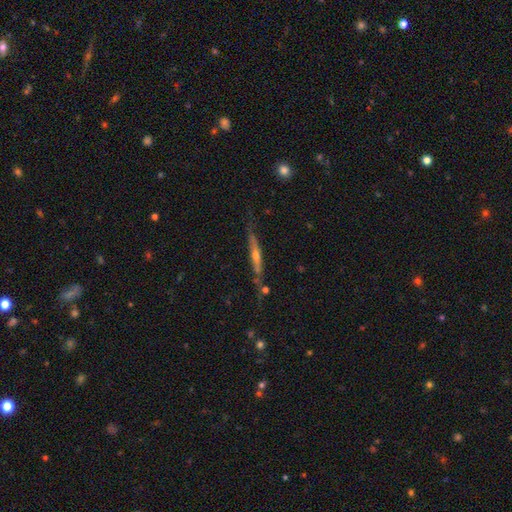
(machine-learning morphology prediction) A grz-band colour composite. It shows a featured or disk galaxy (68%) viewed edge-on (92%) with a rounded central bulge (76%). Merging: none (67%).